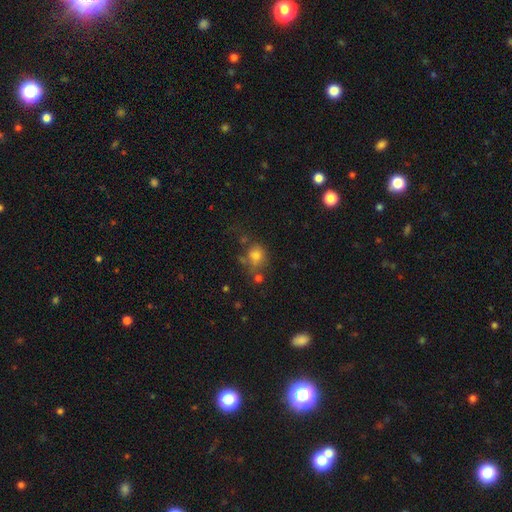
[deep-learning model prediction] A smooth galaxy with no disk features (74%) that is round (69%).

Vote fractions:
- Smooth or featured? smooth: 74% / star or artifact: 14% / featured or disk: 12%
- How rounded? round: 69% / in between: 30% / cigar-shaped: 1%
- Merging? none: 49% / minor disturbance: 20% / merger: 17% / major disturbance: 13%